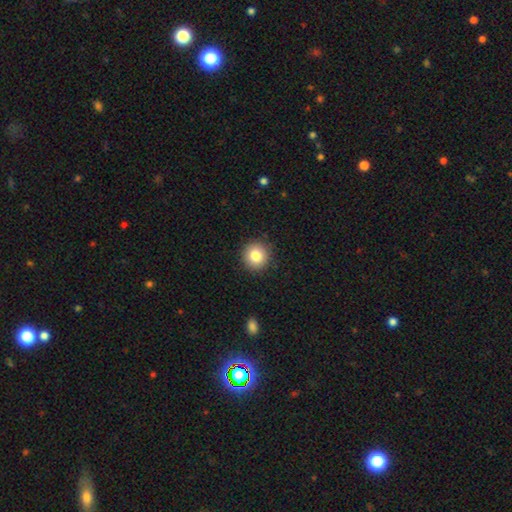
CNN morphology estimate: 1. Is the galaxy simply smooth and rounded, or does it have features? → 82% smooth, 10% star or artifact, 8% featured or disk.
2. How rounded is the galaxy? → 93% round, 6% in between, 1% cigar-shaped.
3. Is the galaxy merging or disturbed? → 91% none, 6% minor disturbance, 2% major disturbance, 1% merger.